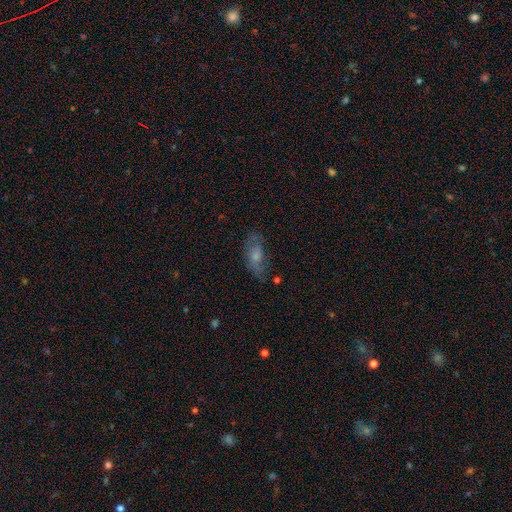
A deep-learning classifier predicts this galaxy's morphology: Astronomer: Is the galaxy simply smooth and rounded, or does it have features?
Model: smooth — 49% (runner-up: featured or disk, 41%).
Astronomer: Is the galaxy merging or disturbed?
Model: none — 61%.